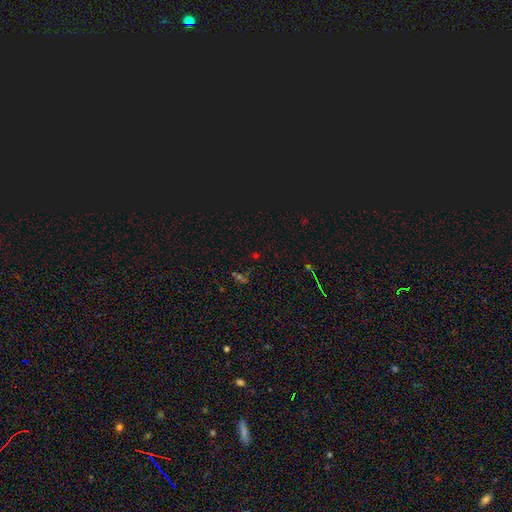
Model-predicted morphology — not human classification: A star or artifact, not a galaxy (65%).

Vote fractions:
- Smooth or featured? star or artifact: 65% / smooth: 25% / featured or disk: 10%